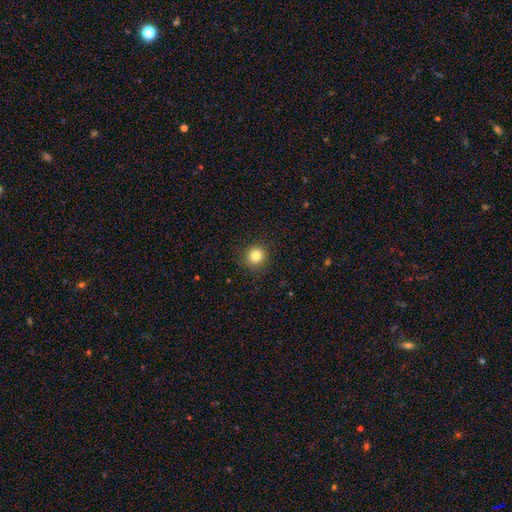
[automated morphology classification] The model was most divided on "smooth or featured": smooth: 83%, star or artifact: 11%, featured or disk: 5%. More confident: how rounded — round (93%); merging — none (91%).